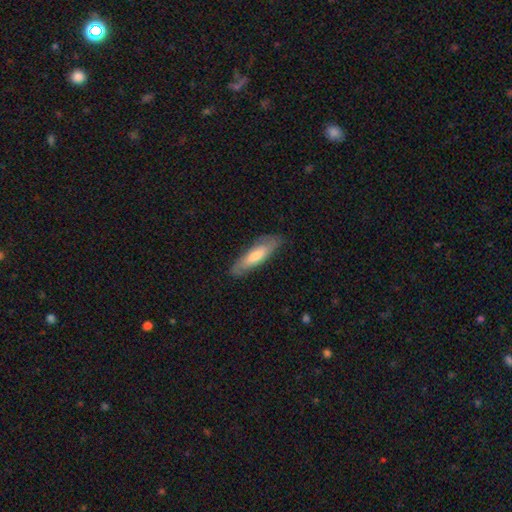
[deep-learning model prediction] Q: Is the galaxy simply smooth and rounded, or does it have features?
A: smooth — 62%.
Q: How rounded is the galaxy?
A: cigar-shaped — 67%.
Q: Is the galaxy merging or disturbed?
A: none — 83%.